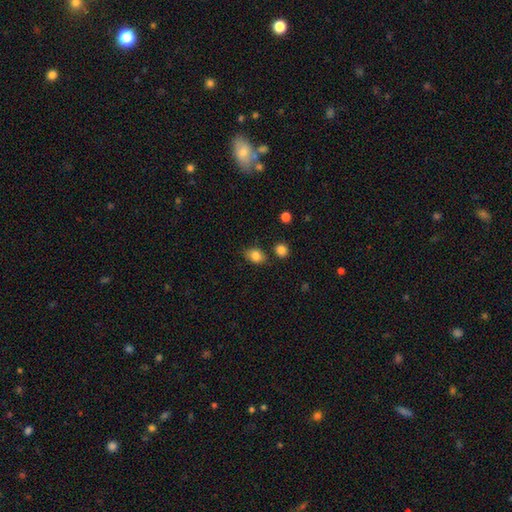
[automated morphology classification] Smooth or featured: smooth — 83% (star or artifact — 9%)
How rounded: in between — 70% (round — 29%)
Merging: none — 75% (minor disturbance — 15%)